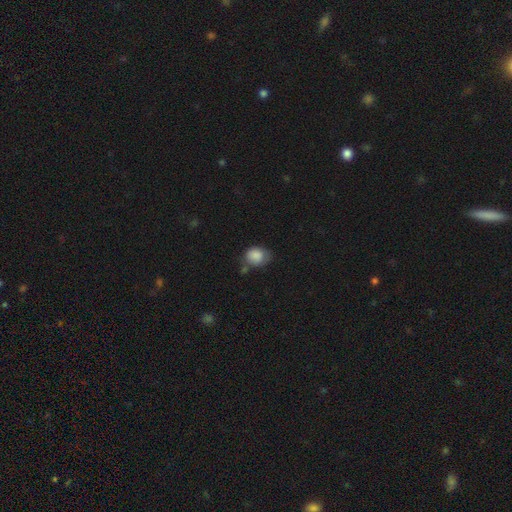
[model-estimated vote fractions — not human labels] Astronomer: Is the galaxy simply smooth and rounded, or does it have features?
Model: smooth — 85%.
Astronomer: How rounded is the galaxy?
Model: in between — 54% (runner-up: round, 45%).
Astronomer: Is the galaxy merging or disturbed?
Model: none — 50% (runner-up: minor disturbance, 32%).